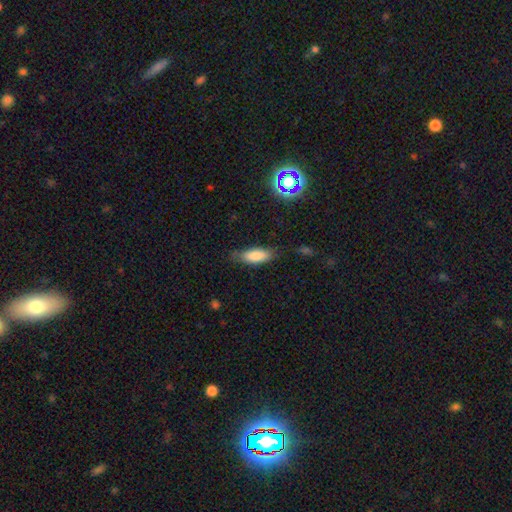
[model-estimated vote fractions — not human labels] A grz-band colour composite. It shows a smooth galaxy with no disk features (81%) that is in between round and cigar-shaped (70%). Merging: none (72%).